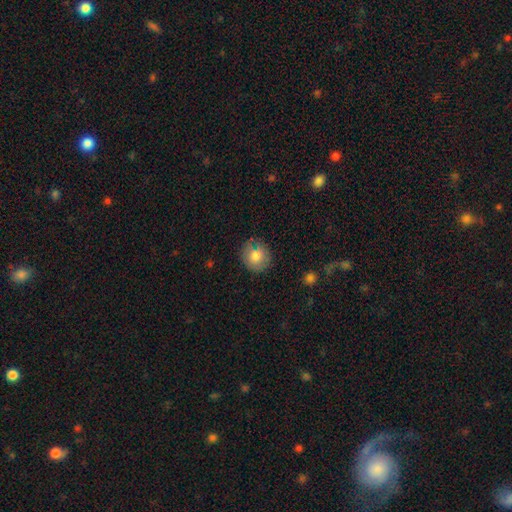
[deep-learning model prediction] Overall: smooth (81%). How rounded: round (84%). Merging: none (82%).